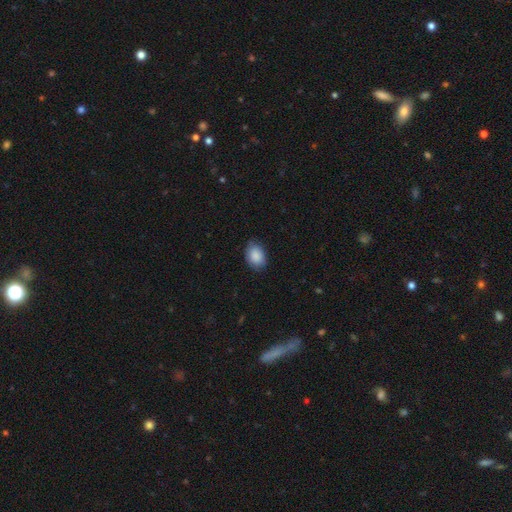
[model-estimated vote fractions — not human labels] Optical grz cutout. It shows a smooth galaxy with no disk features (88%) that is in between round and cigar-shaped (79%). Merging: none (79%).